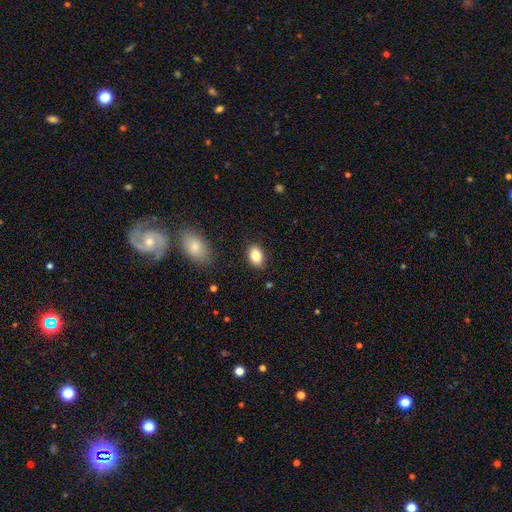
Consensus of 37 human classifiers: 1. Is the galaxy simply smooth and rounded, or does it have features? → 92% smooth, 5% featured or disk, 3% star or artifact.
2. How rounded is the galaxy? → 94% in between, 6% round, 0% cigar-shaped.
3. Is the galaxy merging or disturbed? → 94% none, 6% minor disturbance, 0% major disturbance, 0% merger.